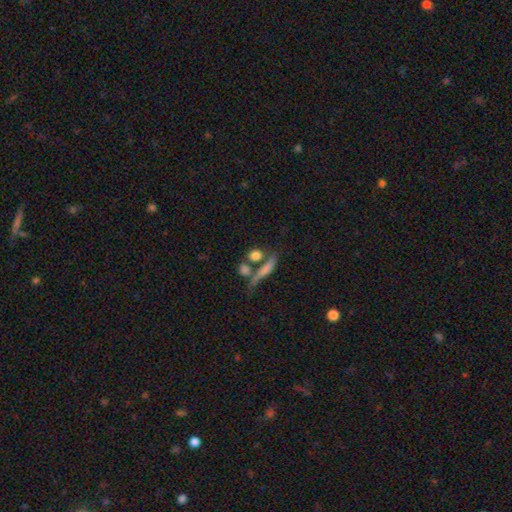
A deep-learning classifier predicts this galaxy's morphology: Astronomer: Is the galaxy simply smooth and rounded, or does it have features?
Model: smooth — 74%.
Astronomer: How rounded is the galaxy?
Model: round — 50% (runner-up: in between, 30%).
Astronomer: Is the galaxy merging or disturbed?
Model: none — 52% (runner-up: merger, 29%).